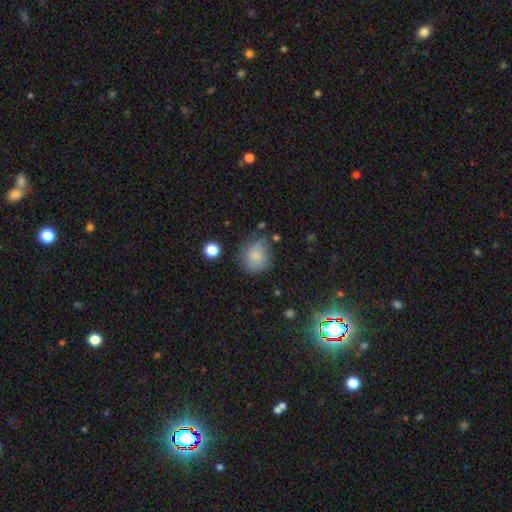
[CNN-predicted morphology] This is likely a smooth galaxy (79%). How rounded: likely round (78%). Merging: possibly none (57%).